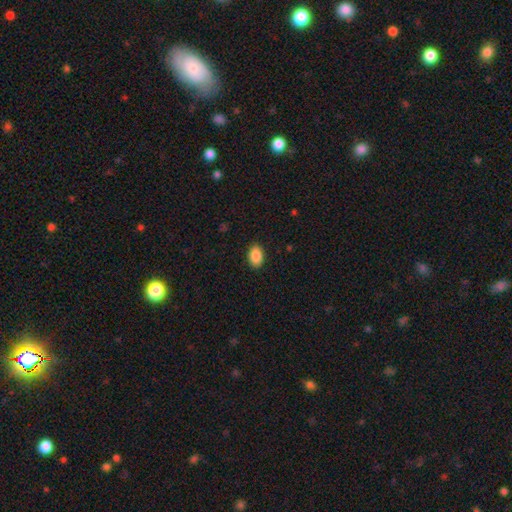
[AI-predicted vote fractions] The model was most divided on "how rounded": in between: 88%, round: 11%, cigar-shaped: 1%. More confident: merging — none (90%); smooth or featured — smooth (89%).